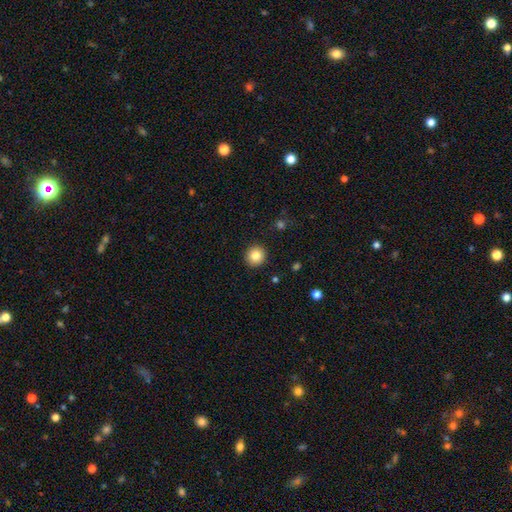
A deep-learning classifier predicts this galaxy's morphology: type=smooth (83%); roundness=round (92%); merging=none (92%).